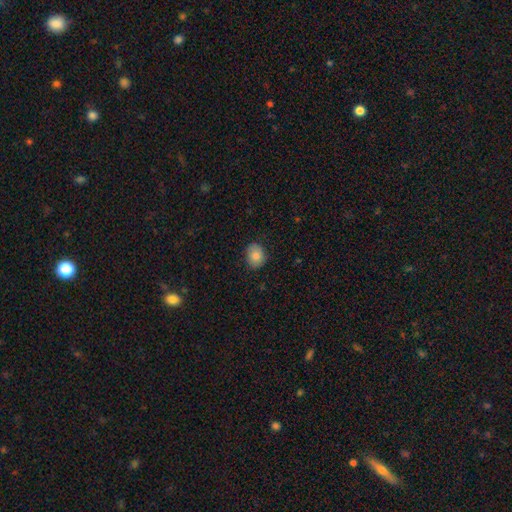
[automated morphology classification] smooth-or-featured: smooth: 82% | featured or disk: 9% | star or artifact: 9%
  how-rounded: round: 54% | in between: 45% | cigar-shaped: 1%
  merging: none: 82% | minor disturbance: 14% | major disturbance: 3% | merger: 1%